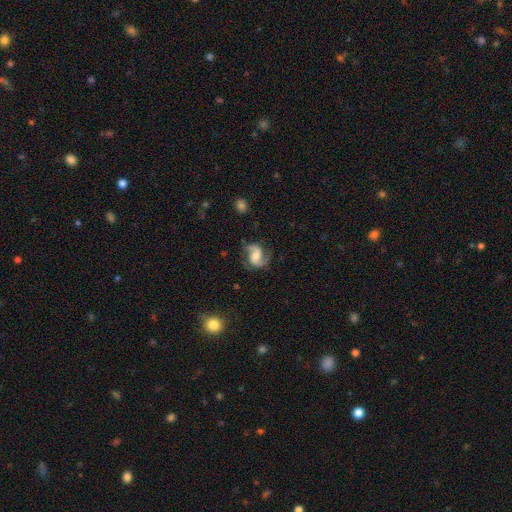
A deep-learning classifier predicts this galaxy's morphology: Smooth or featured?
  - featured or disk: 86% *
  - smooth: 9%
  - star or artifact: 6%
Edge-on disk?
  - no: 98% *
  - yes: 2%
Bar?
  - no: 43% *
  - weak: 42%
  - strong: 16%
Spiral arms?
  - yes: 97% *
  - no: 3%
Spiral winding?
  - medium: 51% *
  - loose: 35%
  - tight: 14%
Spiral arm count?
  - 2: 91% *
  - 1: 3%
  - can't tell: 2%
  - 3: 1%
  - 4: 1%
  - more than 4: 1%
Bulge size?
  - moderate: 44% *
  - small: 24%
  - large: 18%
  - none: 12%
  - dominant: 2%
Merging?
  - none: 73% *
  - minor disturbance: 17%
  - major disturbance: 8%
  - merger: 2%